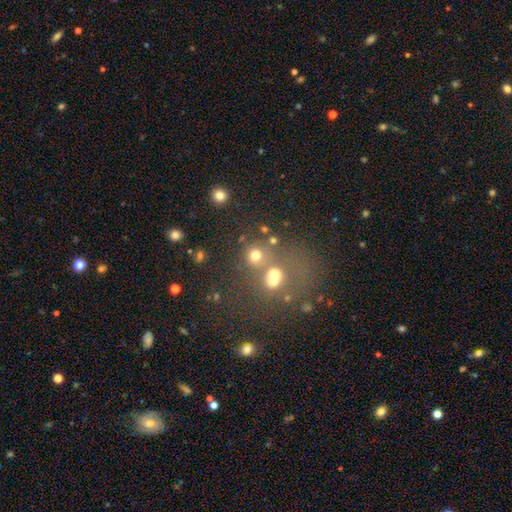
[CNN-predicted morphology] smooth_or_featured: smooth (p=0.57) [alt: star or artifact p=0.27]
how_rounded: round (p=0.74) [alt: in between p=0.25]
merging: none (p=0.45) [alt: merger p=0.39]